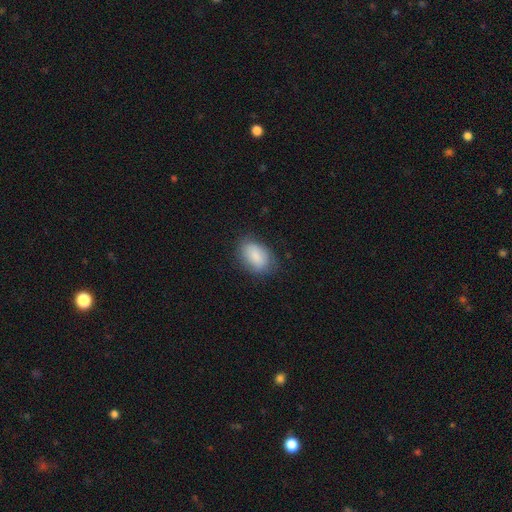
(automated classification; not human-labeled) smooth_or_featured: smooth (p=0.83) [alt: featured or disk p=0.11]
how_rounded: in between (p=0.87) [alt: round p=0.11]
merging: none (p=0.73) [alt: minor disturbance p=0.21]